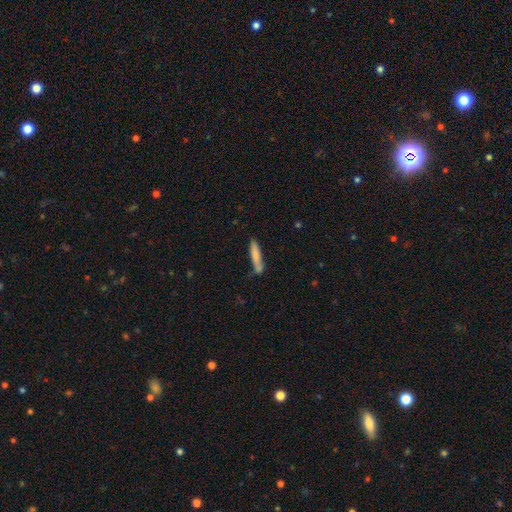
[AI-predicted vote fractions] Smooth or featured?
  - smooth: 78% *
  - featured or disk: 16%
  - star or artifact: 6%
How rounded?
  - cigar-shaped: 87% *
  - in between: 11%
  - round: 1%
Merging?
  - none: 65% *
  - minor disturbance: 20%
  - merger: 10%
  - major disturbance: 5%